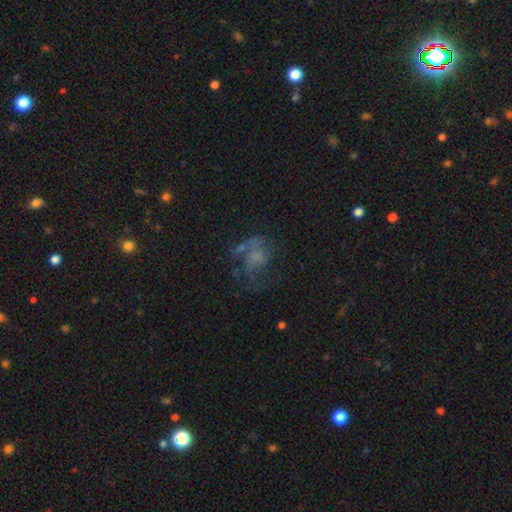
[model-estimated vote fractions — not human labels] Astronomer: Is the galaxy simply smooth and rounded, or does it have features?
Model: featured or disk — 52% (runner-up: smooth, 29%).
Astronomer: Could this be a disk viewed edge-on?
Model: no — 97%.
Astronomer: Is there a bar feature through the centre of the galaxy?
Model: no — 80%.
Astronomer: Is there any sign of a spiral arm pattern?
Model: yes — 54% (runner-up: no, 46%).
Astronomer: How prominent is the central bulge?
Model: none — 54%.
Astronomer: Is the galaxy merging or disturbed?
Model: major disturbance — 39% (runner-up: none, 36%).